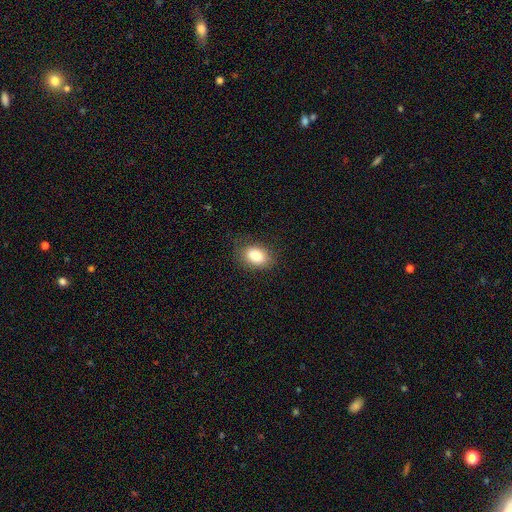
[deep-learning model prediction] This is clearly a smooth galaxy (86%). How rounded: clearly in between (83%). Merging: clearly none (80%).